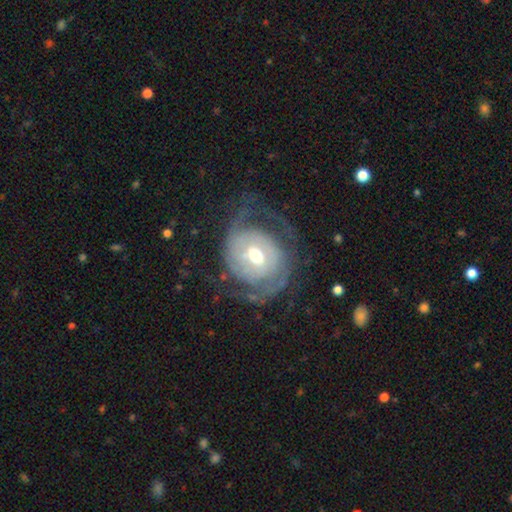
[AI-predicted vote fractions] Smooth or featured: featured or disk — 84% (smooth — 11%)
Edge-on disk: no — 97% (yes — 3%)
Bar: no — 46% (weak — 41%)
Spiral arms: yes — 91% (no — 9%)
Spiral winding: tight — 45% (medium — 36%)
Spiral arm count: 2 — 61% (can't tell — 17%)
Bulge size: moderate — 70% (small — 20%)
Merging: none — 62% (major disturbance — 19%)